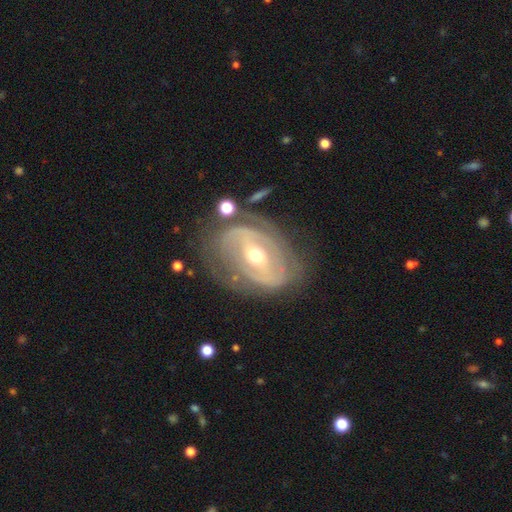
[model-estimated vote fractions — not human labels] A featured or disk galaxy (83%) with a weak bar (40%), 2 (44%) tight (59%) spiral arms (81%) and a moderate central bulge (61%). Merging: none (64%).